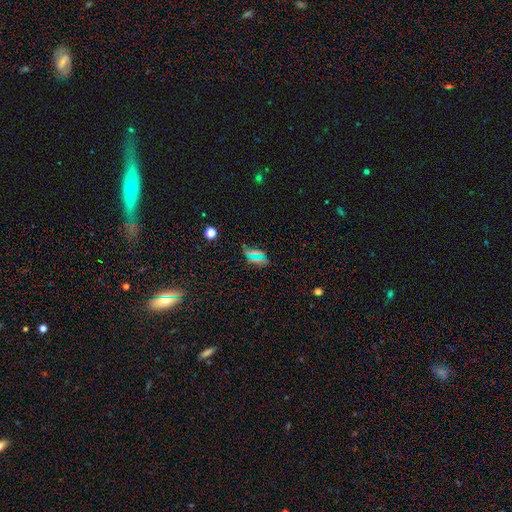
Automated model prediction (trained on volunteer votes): A smooth galaxy with no disk features (56%) that is in between round and cigar-shaped (58%).

Vote fractions:
- Smooth or featured? smooth: 56% / star or artifact: 34% / featured or disk: 11%
- How rounded? in between: 58% / cigar-shaped: 22% / round: 20%
- Merging? none: 75% / minor disturbance: 13% / major disturbance: 6% / merger: 5%